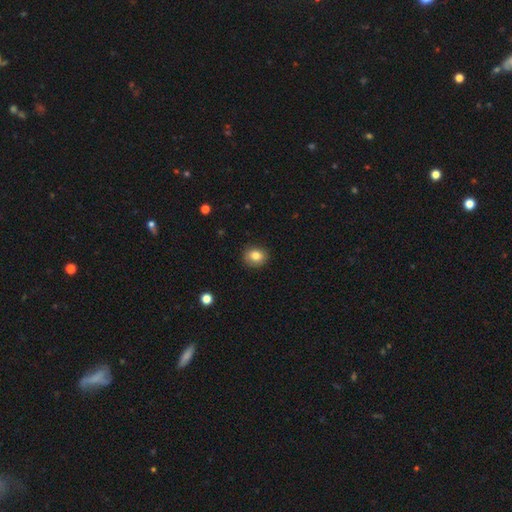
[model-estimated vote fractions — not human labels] The model was most divided on "how rounded": round: 66%, in between: 33%, cigar-shaped: 1%. More confident: merging — none (88%); smooth or featured — smooth (82%).